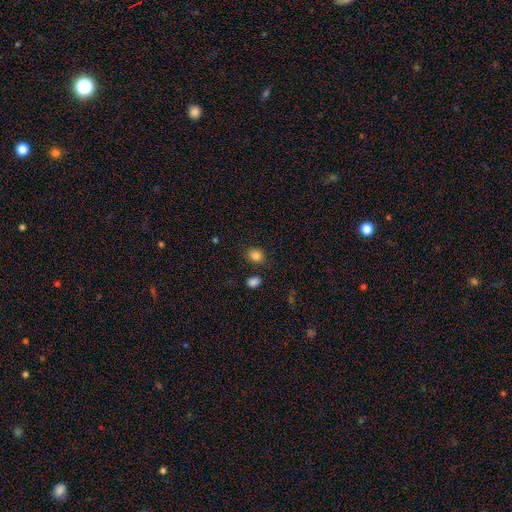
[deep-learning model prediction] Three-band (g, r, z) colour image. It shows a smooth galaxy with no disk features (84%) that is round (55%). Merging: none (78%).